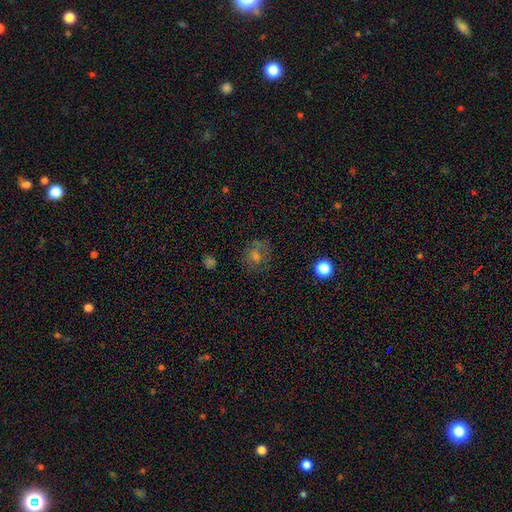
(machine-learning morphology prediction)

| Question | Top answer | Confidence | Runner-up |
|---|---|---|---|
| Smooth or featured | smooth | 53% | star or artifact (24%) |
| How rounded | round | 79% | in between (20%) |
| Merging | none | 75% | minor disturbance (16%) |